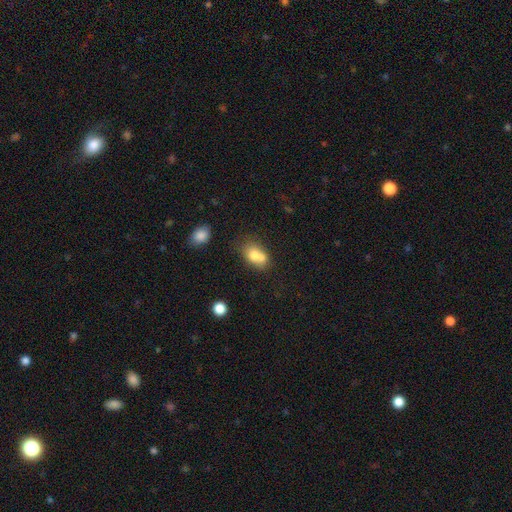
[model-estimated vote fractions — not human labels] smooth-or-featured: smooth: 72% | featured or disk: 18% | star or artifact: 10%
  how-rounded: in between: 68% | round: 30% | cigar-shaped: 2%
  merging: merger: 50% | none: 32% | minor disturbance: 13% | major disturbance: 5%